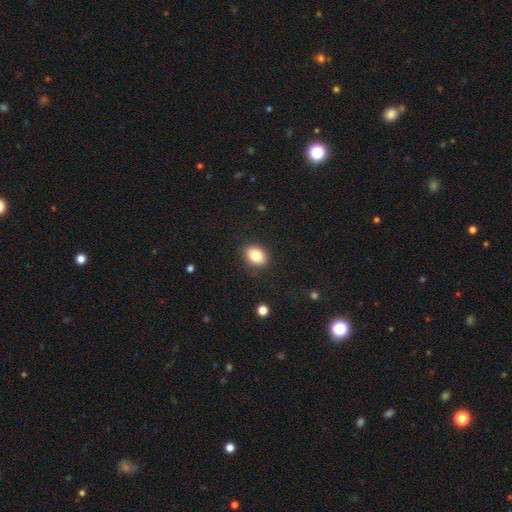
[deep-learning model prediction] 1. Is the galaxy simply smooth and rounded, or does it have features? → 83% smooth, 9% star or artifact, 7% featured or disk.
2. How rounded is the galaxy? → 67% in between, 32% round, 1% cigar-shaped.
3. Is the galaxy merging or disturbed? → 87% none, 9% minor disturbance, 3% major disturbance, 1% merger.